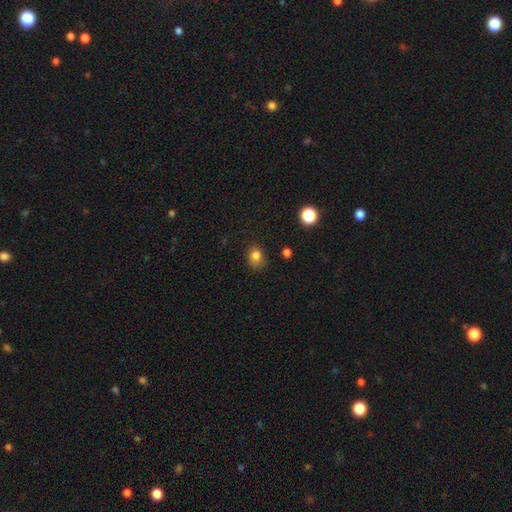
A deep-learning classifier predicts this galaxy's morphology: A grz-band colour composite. It shows a smooth galaxy with no disk features (80%) that is round (67%). Merging: none (71%).